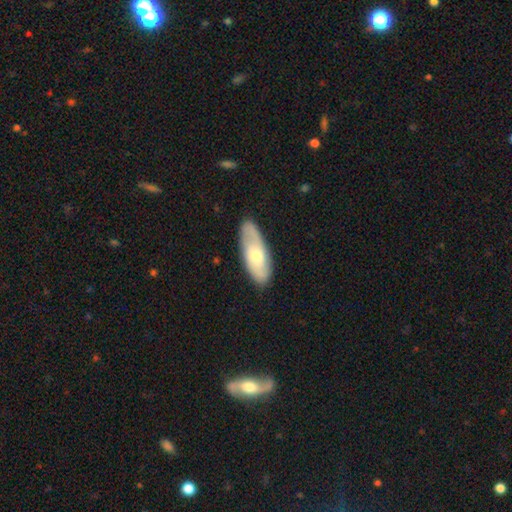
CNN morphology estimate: A smooth galaxy with no disk features (56%) that is in between round and cigar-shaped (75%).

Vote fractions:
- Smooth or featured? smooth: 56% / featured or disk: 39% / star or artifact: 5%
- How rounded? in between: 75% / cigar-shaped: 23% / round: 2%
- Merging? none: 84% / minor disturbance: 13% / major disturbance: 2% / merger: 1%